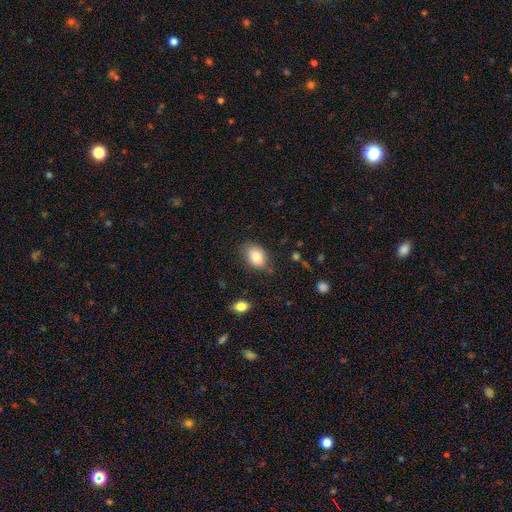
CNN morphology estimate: A smooth galaxy with no disk features (85%) that is in between round and cigar-shaped (86%). Merging: none (74%).